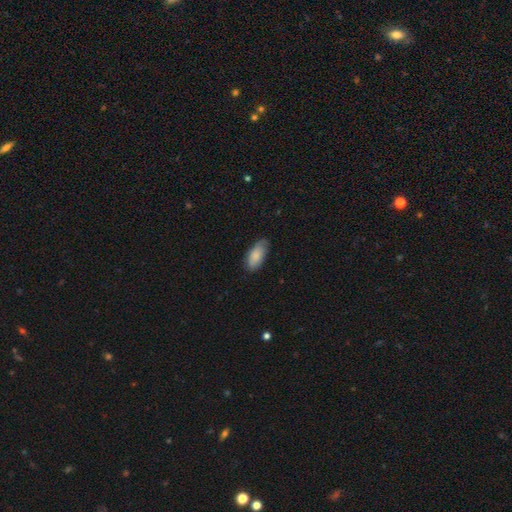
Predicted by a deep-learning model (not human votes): smooth-or-featured: smooth: 82% | featured or disk: 12% | star or artifact: 6%
  how-rounded: in between: 91% | cigar-shaped: 7% | round: 2%
  merging: none: 72% | minor disturbance: 23% | major disturbance: 4% | merger: 1%